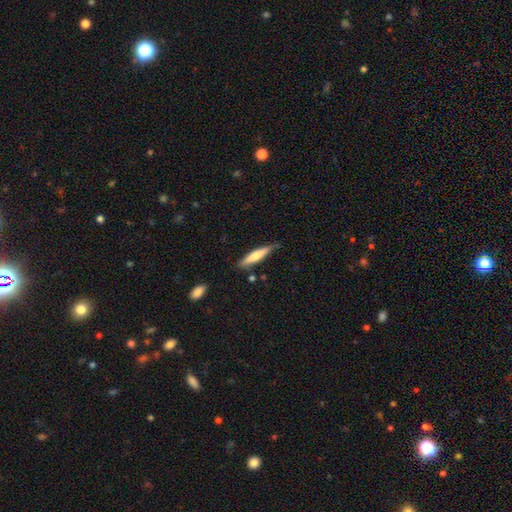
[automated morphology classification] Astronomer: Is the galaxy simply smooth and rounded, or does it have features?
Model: smooth — 63%.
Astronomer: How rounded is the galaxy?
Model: cigar-shaped — 85%.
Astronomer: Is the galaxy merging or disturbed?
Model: none — 72%.